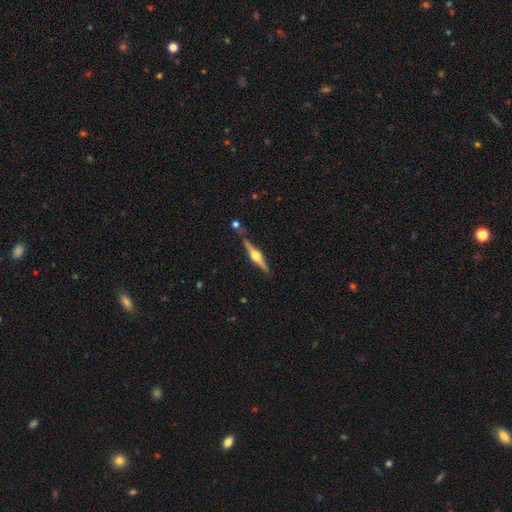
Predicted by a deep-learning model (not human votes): Q: Smooth or featured?
A: featured or disk (80%); runner-up: smooth (15%)
Q: Edge-on disk?
A: yes (98%); runner-up: no (2%)
Q: Edge-on bulge?
A: rounded (94%); runner-up: boxy (4%)
Q: Merging?
A: none (82%); runner-up: minor disturbance (11%)